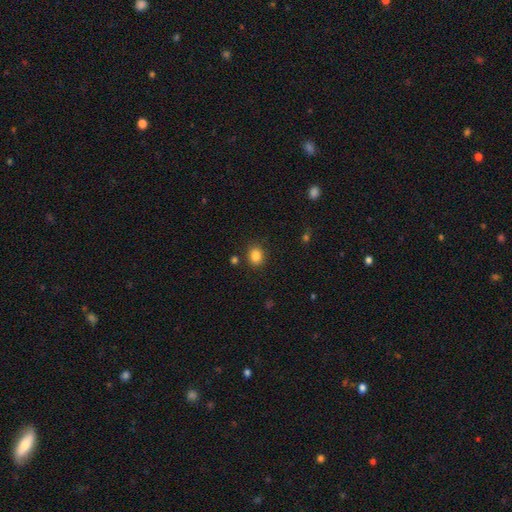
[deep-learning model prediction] This appears to be a smooth galaxy with no disk features (84%) that is round (55%). Merging: none (85%).